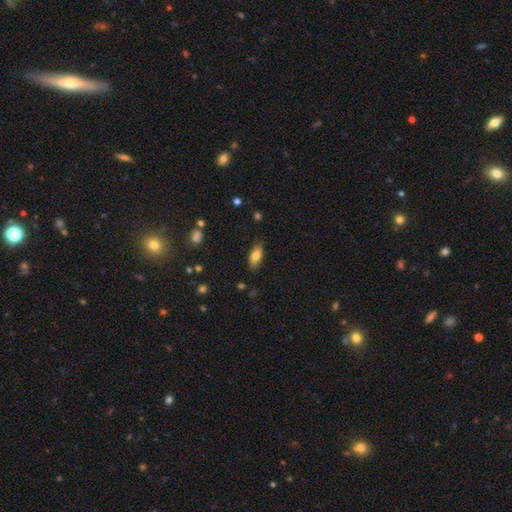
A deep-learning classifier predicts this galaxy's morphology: Smooth or featured: smooth — 78% (featured or disk — 14%)
How rounded: in between — 83% (cigar-shaped — 14%)
Merging: none — 82% (minor disturbance — 14%)